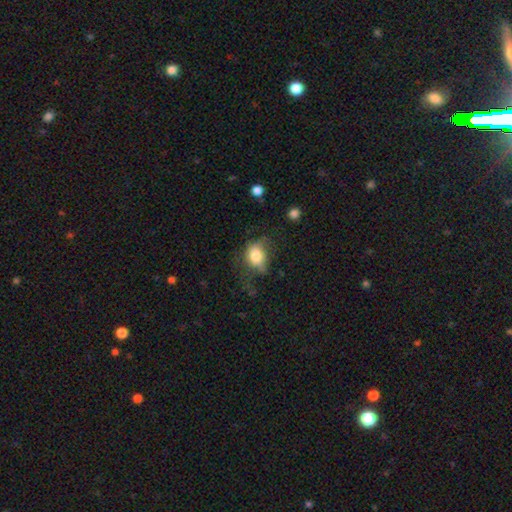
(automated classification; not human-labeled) This appears to be a smooth galaxy with no disk features (76%) that is in between round and cigar-shaped (54%). Merging: none (37%).